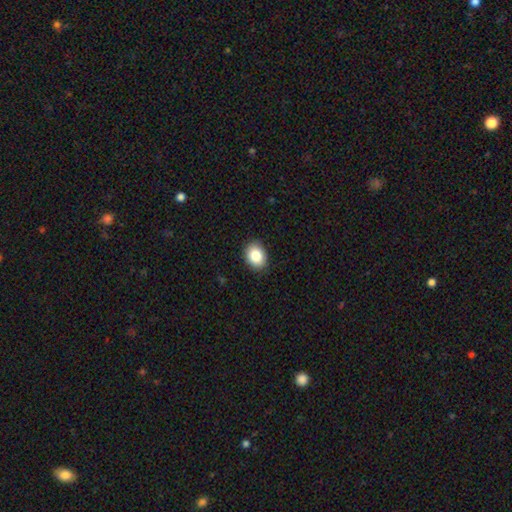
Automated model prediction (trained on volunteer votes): smooth 85%, star or artifact 8%, featured or disk 7%. Down the decision tree: how rounded — in between (60%); merging — none (88%).